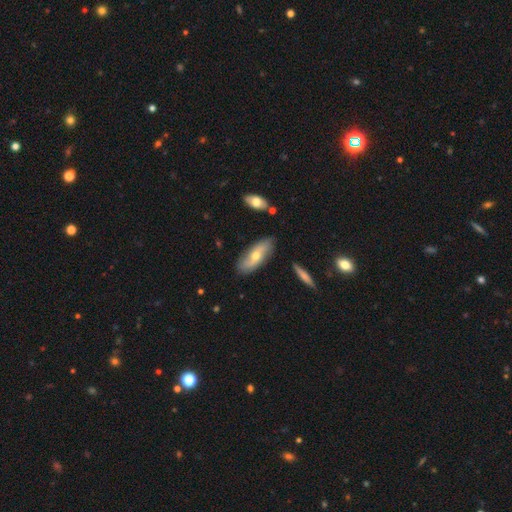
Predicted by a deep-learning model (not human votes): Smooth or featured? Predicted: featured or disk (p=0.48). Merging? Predicted: none (p=0.80).